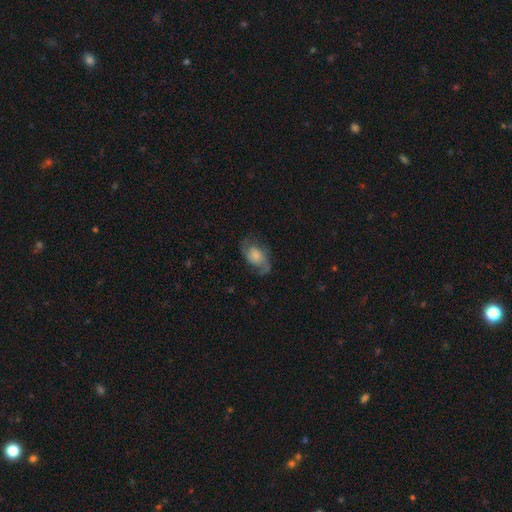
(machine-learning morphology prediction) Smooth or featured?
  - featured or disk: 70% *
  - smooth: 22%
  - star or artifact: 8%
Edge-on disk?
  - no: 97% *
  - yes: 3%
Bar?
  - no: 67% *
  - weak: 28%
  - strong: 5%
Spiral arms?
  - yes: 93% *
  - no: 7%
Spiral winding?
  - loose: 43% * (tied)
  - medium: 43% * (tied)
  - tight: 13%
Spiral arm count?
  - 2: 86% *
  - 1: 5%
  - can't tell: 5%
  - 3: 2%
  - 4: 1%
  - more than 4: 1%
Bulge size?
  - small: 32% *
  - moderate: 30%
  - large: 19%
  - none: 15%
  - dominant: 4%
Merging?
  - none: 67% *
  - minor disturbance: 19%
  - major disturbance: 13%
  - merger: 1%